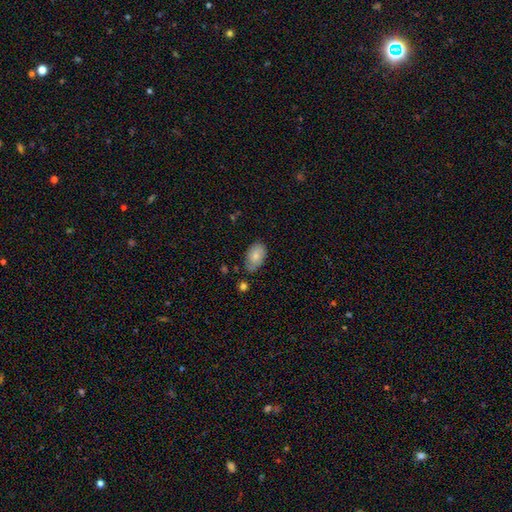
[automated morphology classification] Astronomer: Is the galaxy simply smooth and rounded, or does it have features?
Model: smooth — 75%.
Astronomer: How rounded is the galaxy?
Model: in between — 92%.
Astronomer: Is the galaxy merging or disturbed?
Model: none — 69%.